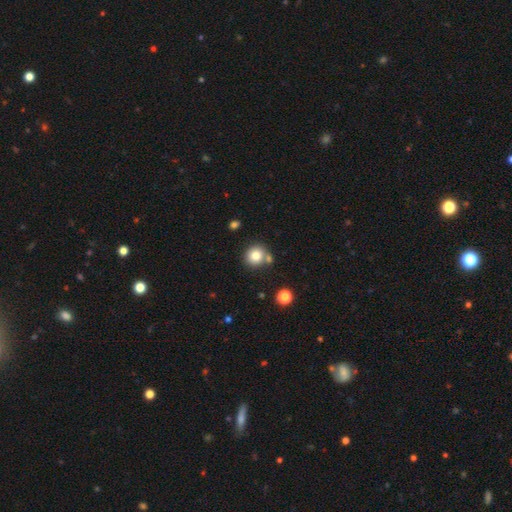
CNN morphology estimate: A smooth galaxy with no disk features (80%) that is round (89%).

Vote fractions:
- Smooth or featured? smooth: 80% / star or artifact: 11% / featured or disk: 9%
- How rounded? round: 89% / in between: 10% / cigar-shaped: 1%
- Merging? none: 72% / merger: 16% / minor disturbance: 9% / major disturbance: 3%